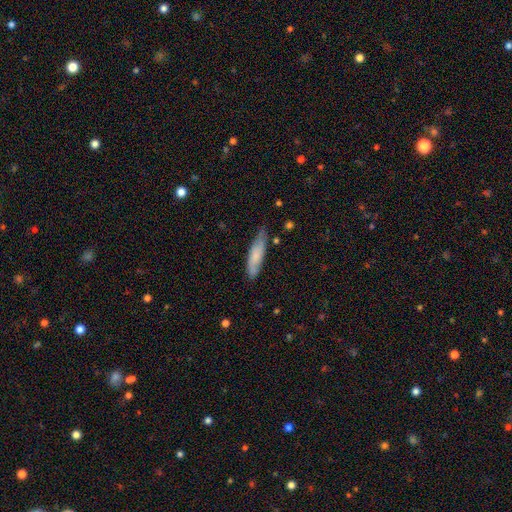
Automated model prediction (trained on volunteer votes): Smooth or featured?
  - smooth: 71% *
  - featured or disk: 23%
  - star or artifact: 6%
How rounded?
  - cigar-shaped: 70% *
  - in between: 29%
  - round: 1%
Merging?
  - none: 69% *
  - minor disturbance: 25%
  - major disturbance: 4%
  - merger: 2%